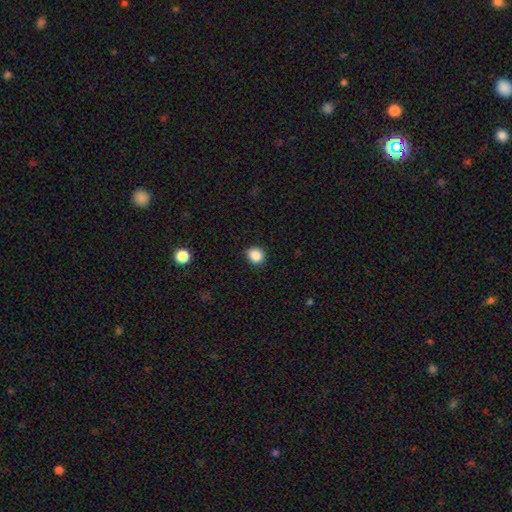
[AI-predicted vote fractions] Smooth or featured? Predicted: smooth (p=0.88). How rounded? Predicted: round (p=0.79). Merging? Predicted: none (p=0.91).